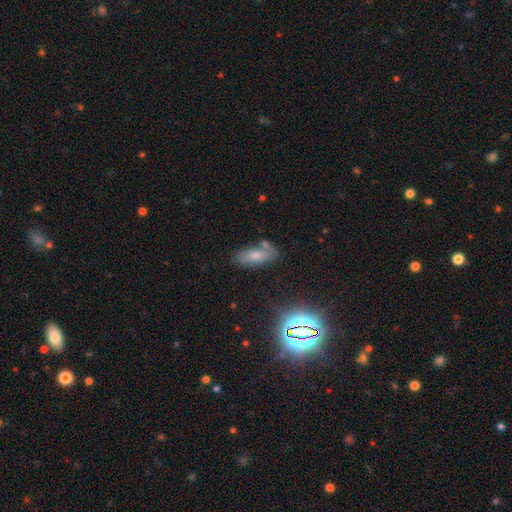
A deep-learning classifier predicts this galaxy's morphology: Smooth or featured?
  - smooth: 64% *
  - featured or disk: 21%
  - star or artifact: 15%
How rounded?
  - in between: 81% *
  - cigar-shaped: 15%
  - round: 4%
Merging?
  - none: 64% *
  - minor disturbance: 18%
  - merger: 12%
  - major disturbance: 6%